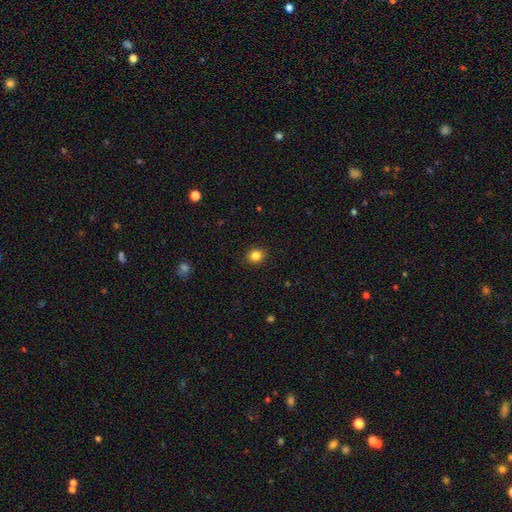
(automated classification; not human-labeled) Morphology: type=smooth (84%); roundness=round (77%); merging=none (91%).